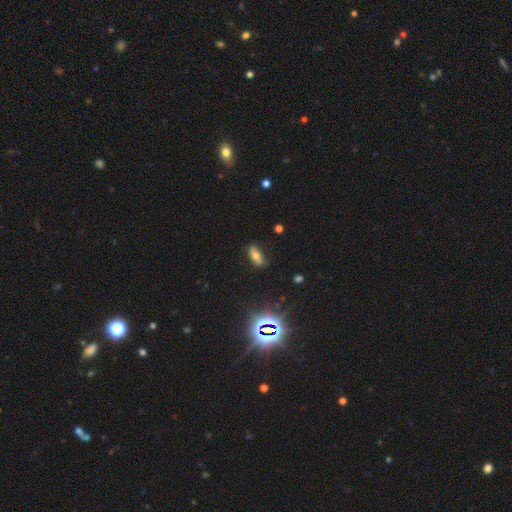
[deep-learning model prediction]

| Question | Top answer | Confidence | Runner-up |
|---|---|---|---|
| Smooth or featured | smooth | 61% | featured or disk (21%) |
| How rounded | in between | 78% | cigar-shaped (17%) |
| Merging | none | 80% | minor disturbance (15%) |